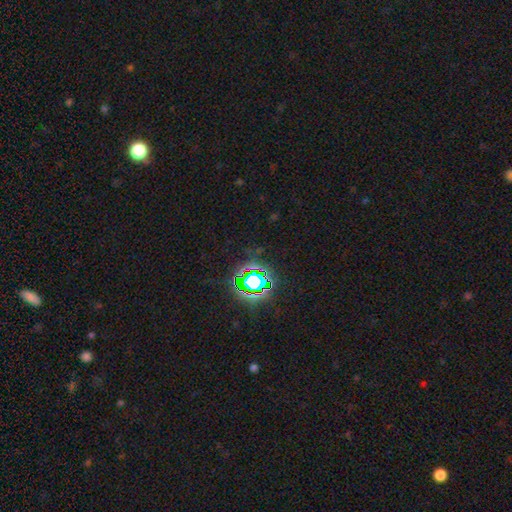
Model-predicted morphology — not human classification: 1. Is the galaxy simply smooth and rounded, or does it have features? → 82% star or artifact, 12% smooth, 7% featured or disk.